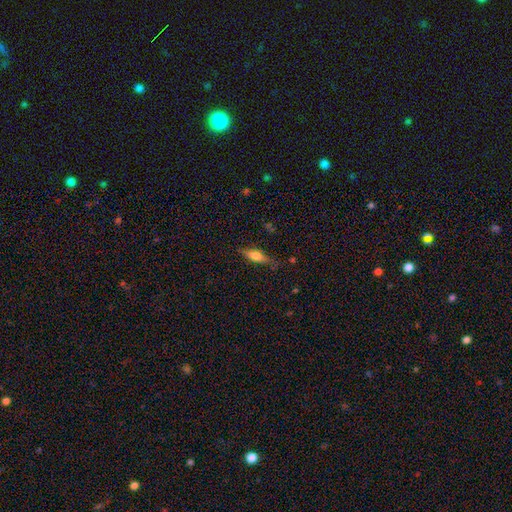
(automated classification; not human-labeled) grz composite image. It shows a smooth galaxy with no disk features (53%) that is cigar-shaped (52%). Merging: none (79%).